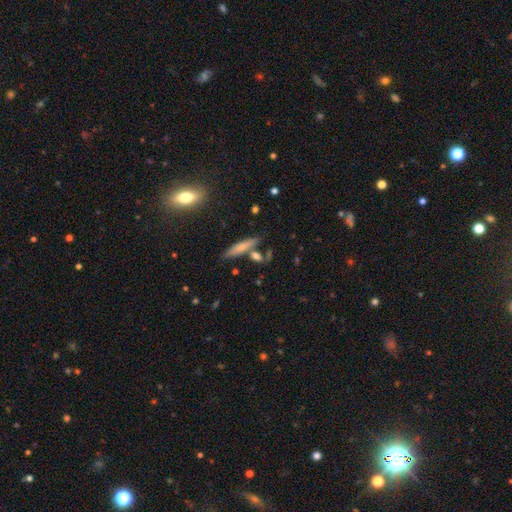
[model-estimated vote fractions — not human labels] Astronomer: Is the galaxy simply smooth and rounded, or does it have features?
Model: smooth — 65%.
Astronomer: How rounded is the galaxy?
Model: cigar-shaped — 64%.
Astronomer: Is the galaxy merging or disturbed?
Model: none — 69%.